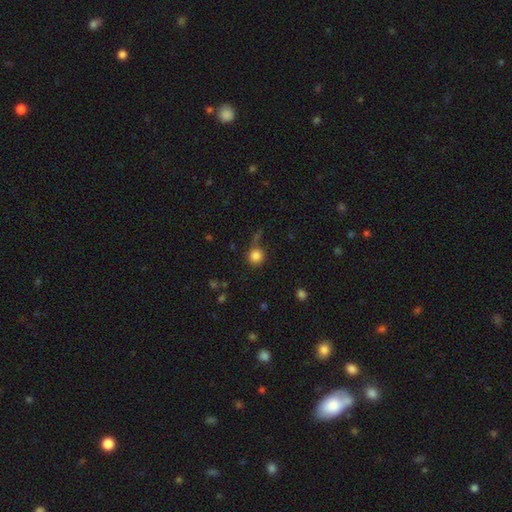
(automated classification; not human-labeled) Smooth or featured? Predicted: smooth (p=0.84). How rounded? Predicted: round (p=0.92). Merging? Predicted: none (p=0.68).